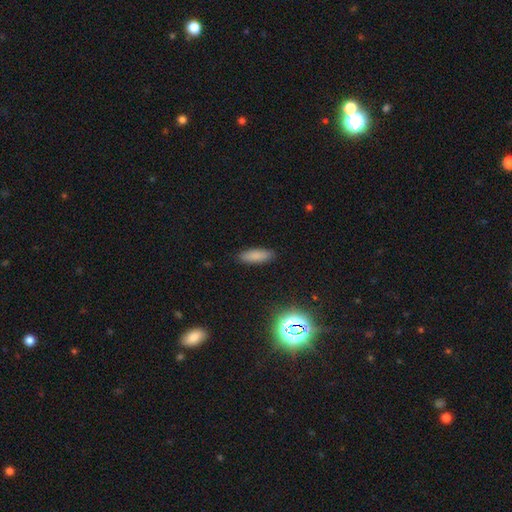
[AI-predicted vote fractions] smooth_or_featured: smooth (p=0.83) [alt: star or artifact p=0.09]
how_rounded: in between (p=0.57) [alt: cigar-shaped p=0.40]
merging: none (p=0.89) [alt: minor disturbance p=0.08]